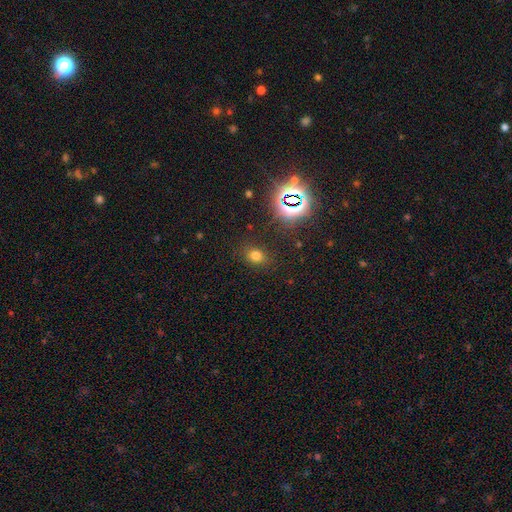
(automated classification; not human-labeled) Smooth or featured?
  - smooth: 68% *
  - star or artifact: 25%
  - featured or disk: 7%
How rounded?
  - in between: 50% *
  - round: 49%
  - cigar-shaped: 1%
Merging?
  - none: 83% *
  - minor disturbance: 11%
  - major disturbance: 4%
  - merger: 2%